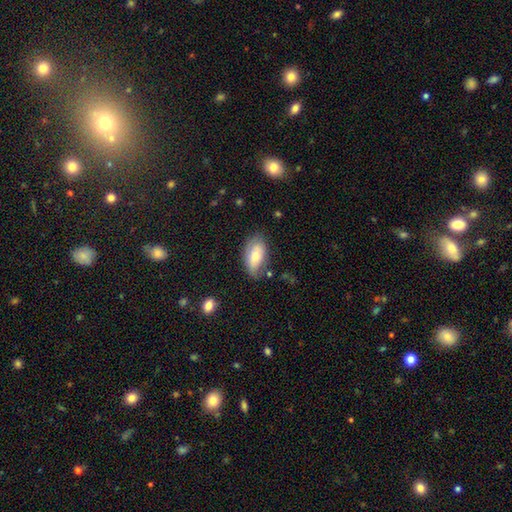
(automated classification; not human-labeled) Q: Smooth or featured?
A: smooth (68%); runner-up: featured or disk (25%)
Q: How rounded?
A: in between (93%); runner-up: round (4%)
Q: Merging?
A: none (69%); runner-up: minor disturbance (22%)